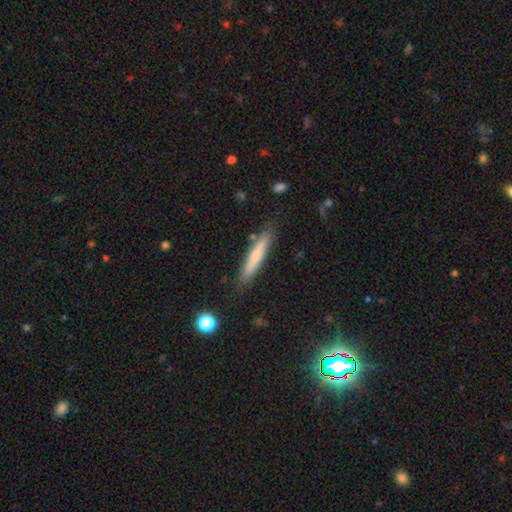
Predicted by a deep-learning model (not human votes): Morphology: type=smooth (68%); roundness=cigar-shaped (93%); merging=none (86%).